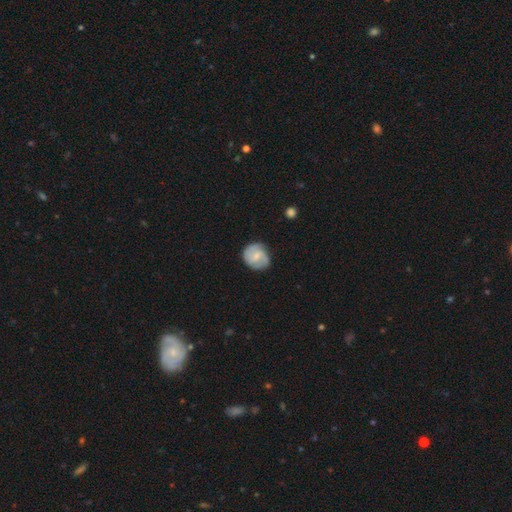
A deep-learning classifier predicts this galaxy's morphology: Smooth or featured? featured or disk (52%)
Edge-on disk? no (98%)
Bar? no (48%)
Spiral arms? yes (88%)
Bulge size? small (50%)
Merging? none (72%)